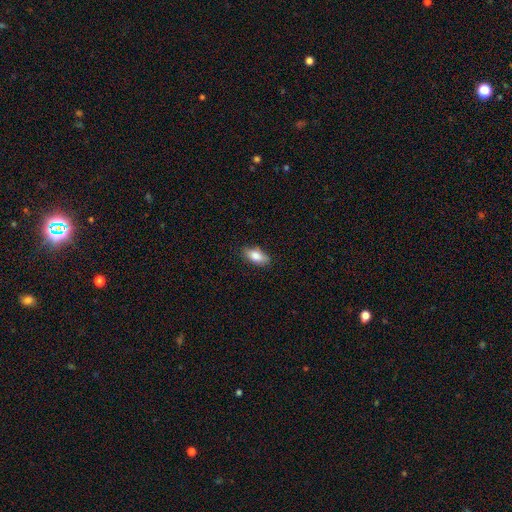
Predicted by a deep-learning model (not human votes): Overall: smooth (81%). How rounded: in between (85%). Merging: none (84%).